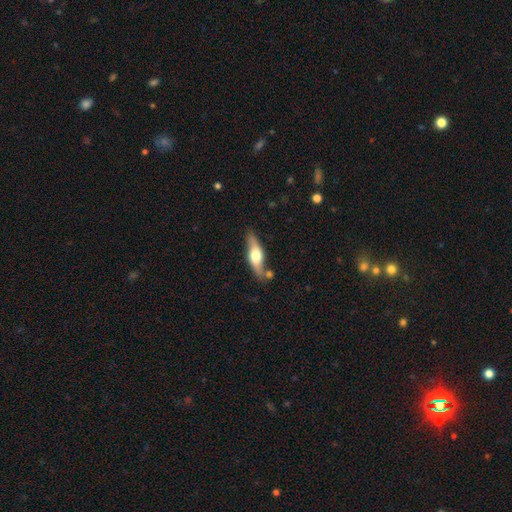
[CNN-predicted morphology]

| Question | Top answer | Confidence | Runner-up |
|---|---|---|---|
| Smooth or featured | featured or disk | 52% | smooth (43%) |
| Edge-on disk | yes | 77% | no (23%) |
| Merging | none | 72% | minor disturbance (16%) |